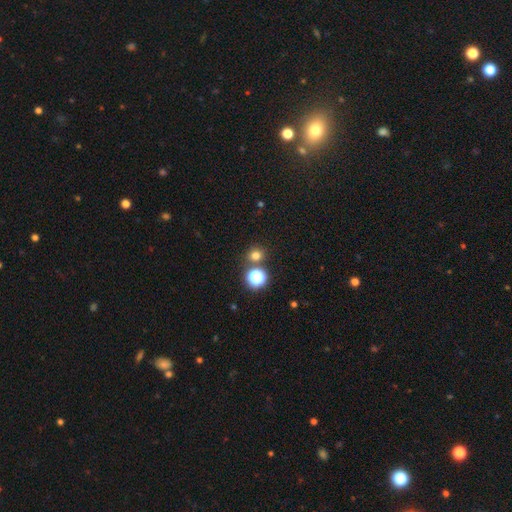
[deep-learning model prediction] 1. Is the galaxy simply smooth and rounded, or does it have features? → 72% smooth, 23% star or artifact, 6% featured or disk.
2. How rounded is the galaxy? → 85% round, 14% in between, 1% cigar-shaped.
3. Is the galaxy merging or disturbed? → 79% none, 11% merger, 7% minor disturbance, 3% major disturbance.